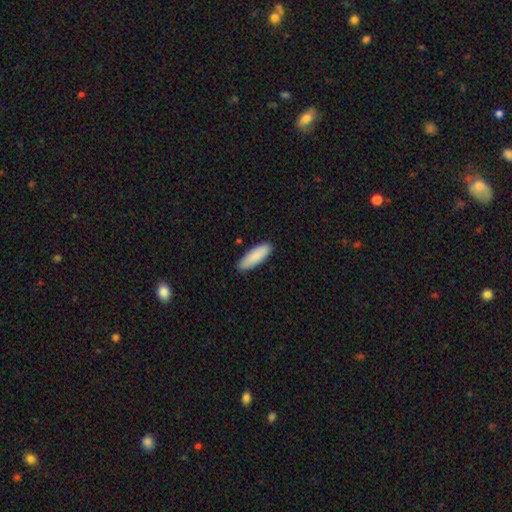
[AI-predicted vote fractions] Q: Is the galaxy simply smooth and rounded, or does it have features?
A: smooth — 88%.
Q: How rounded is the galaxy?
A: in between — 58%.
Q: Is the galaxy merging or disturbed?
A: none — 88%.